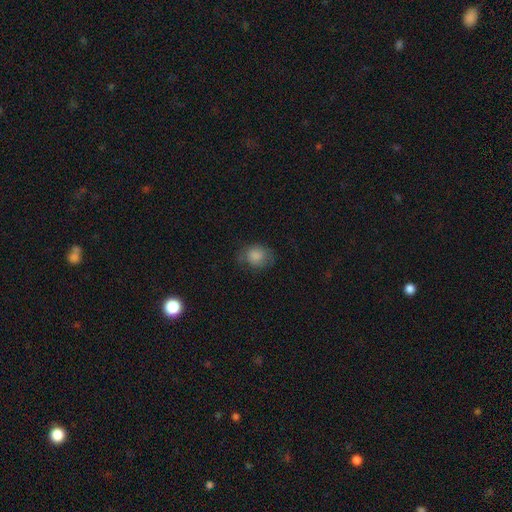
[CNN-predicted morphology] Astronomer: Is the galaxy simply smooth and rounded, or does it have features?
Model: smooth — 81%.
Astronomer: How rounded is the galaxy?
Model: round — 57% (runner-up: in between, 42%).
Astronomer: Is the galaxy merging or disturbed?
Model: none — 61%.